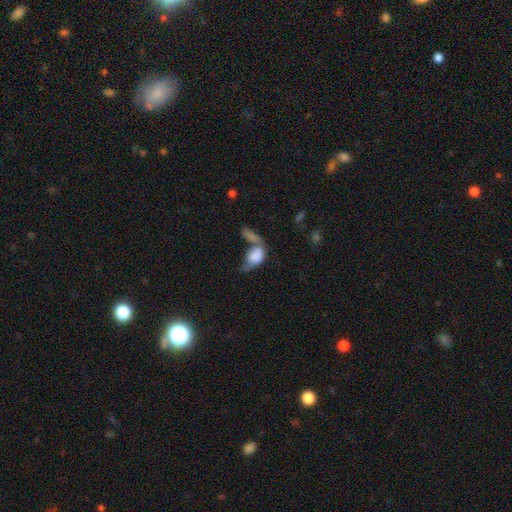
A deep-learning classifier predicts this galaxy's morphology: smooth-or-featured: smooth: 74% | featured or disk: 18% | star or artifact: 8%
  how-rounded: in between: 83% | round: 13% | cigar-shaped: 4%
  merging: merger: 52% | major disturbance: 21% | none: 15% | minor disturbance: 13%